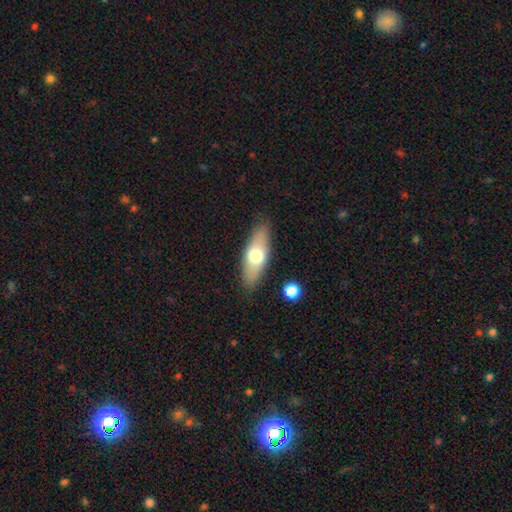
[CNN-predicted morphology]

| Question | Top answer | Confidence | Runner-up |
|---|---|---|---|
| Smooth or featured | smooth | 62% | featured or disk (32%) |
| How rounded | in between | 66% | cigar-shaped (30%) |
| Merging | none | 86% | minor disturbance (10%) |